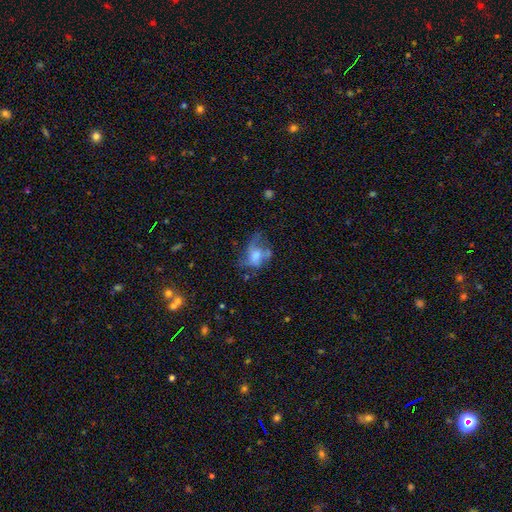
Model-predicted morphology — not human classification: This is possibly a smooth galaxy (46%). Merging: marginally major disturbance (42%).